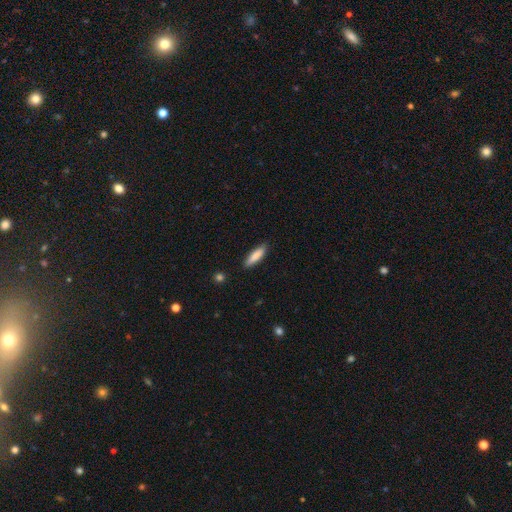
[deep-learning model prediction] Smooth or featured? Predicted: smooth (p=0.84). How rounded? Predicted: cigar-shaped (p=0.61). Merging? Predicted: none (p=0.86).